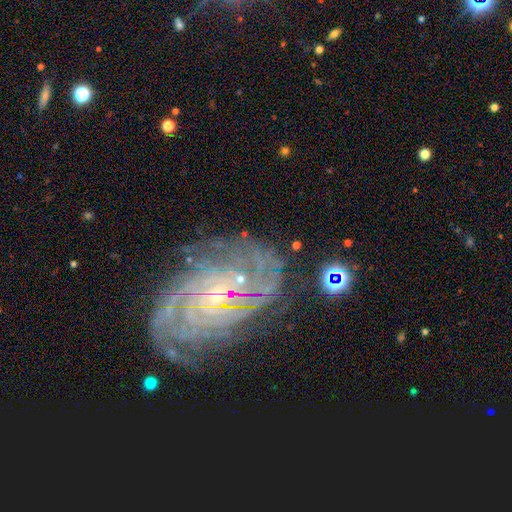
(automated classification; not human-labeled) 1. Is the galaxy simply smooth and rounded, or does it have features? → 81% featured or disk, 12% star or artifact, 7% smooth.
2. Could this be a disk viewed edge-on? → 97% no, 3% yes.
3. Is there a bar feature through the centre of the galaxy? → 66% no, 23% weak, 11% strong.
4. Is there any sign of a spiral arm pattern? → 97% yes, 3% no.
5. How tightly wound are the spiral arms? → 80% tight, 16% medium, 4% loose.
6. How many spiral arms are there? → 26% more than 4, 25% can't tell, 19% 4, 12% 3, 10% 2, 8% 1.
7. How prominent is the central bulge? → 82% small, 12% moderate, 2% none, 2% large, 1% dominant.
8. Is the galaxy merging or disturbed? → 72% none, 16% minor disturbance, 8% major disturbance, 4% merger.